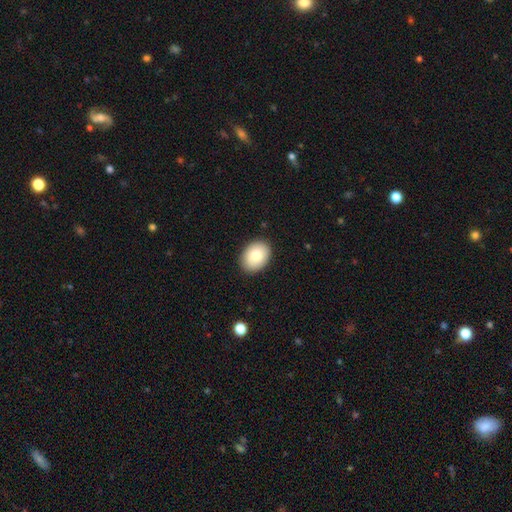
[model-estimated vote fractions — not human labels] Smooth or featured? smooth (81%)
How rounded? in between (70%)
Merging? none (89%)